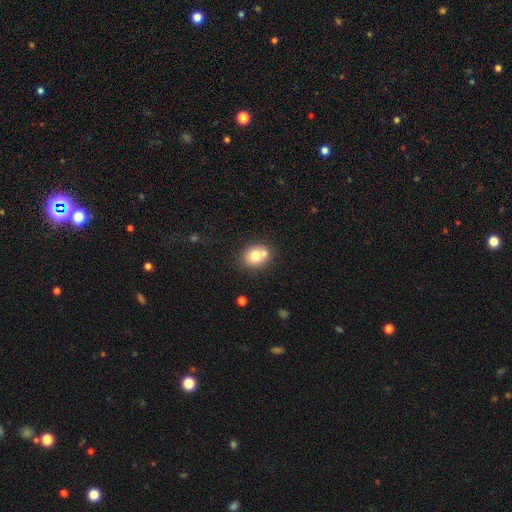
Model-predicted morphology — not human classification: Smooth or featured? smooth (75%)
How rounded? round (57%)
Merging? none (57%)